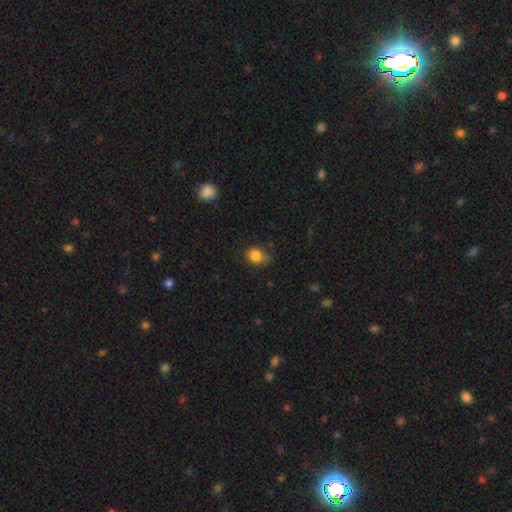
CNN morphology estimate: The model was most divided on "how rounded": round: 51%, in between: 48%, cigar-shaped: 1%. Remaining: smooth or featured — smooth (83%); merging — none (50%).